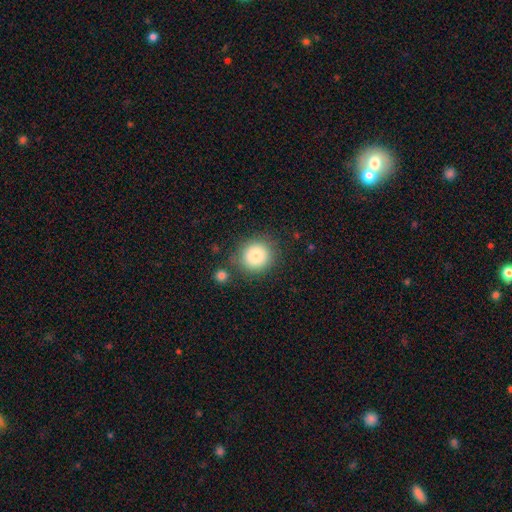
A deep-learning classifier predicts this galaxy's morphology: Overall: smooth (82%). How rounded: round (89%). Merging: none (81%).